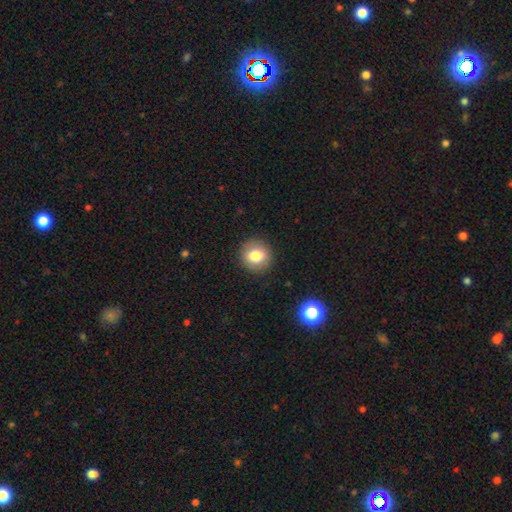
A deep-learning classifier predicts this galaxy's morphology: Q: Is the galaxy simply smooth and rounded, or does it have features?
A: smooth — 79%.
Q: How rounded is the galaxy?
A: round — 89%.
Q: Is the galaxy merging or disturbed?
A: none — 90%.